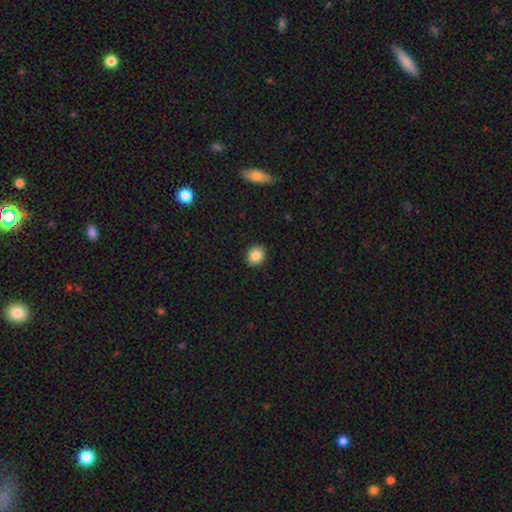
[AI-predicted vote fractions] This is clearly a smooth galaxy (85%). How rounded: clearly round (80%). Merging: clearly none (91%).